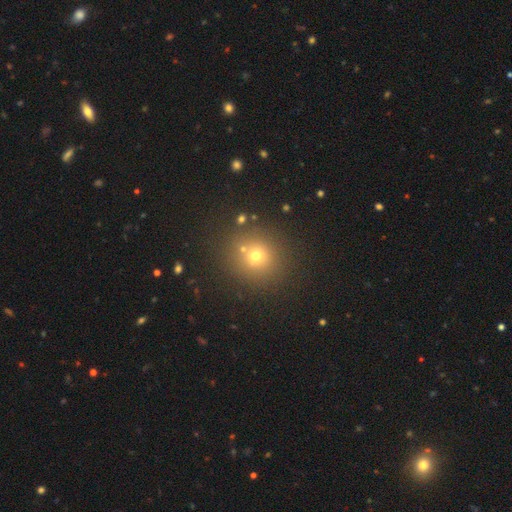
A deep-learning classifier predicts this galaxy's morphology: This appears to be a smooth galaxy with no disk features (68%) that is round (88%). Merging: none (80%).